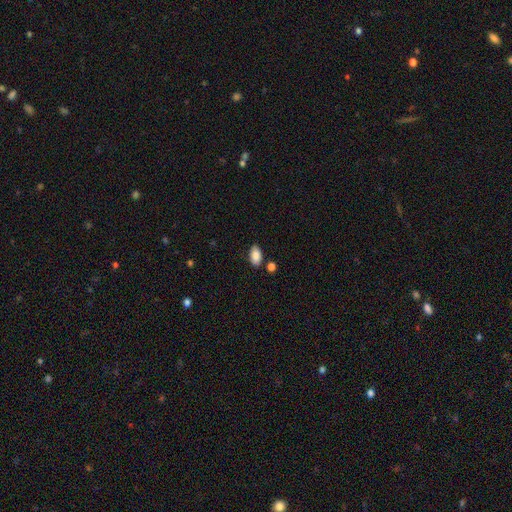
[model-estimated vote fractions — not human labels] A smooth galaxy with no disk features (87%) that is in between round and cigar-shaped (93%).

Vote fractions:
- Smooth or featured? smooth: 87% / star or artifact: 7% / featured or disk: 5%
- How rounded? in between: 93% / round: 5% / cigar-shaped: 2%
- Merging? none: 81% / minor disturbance: 11% / merger: 5% / major disturbance: 3%